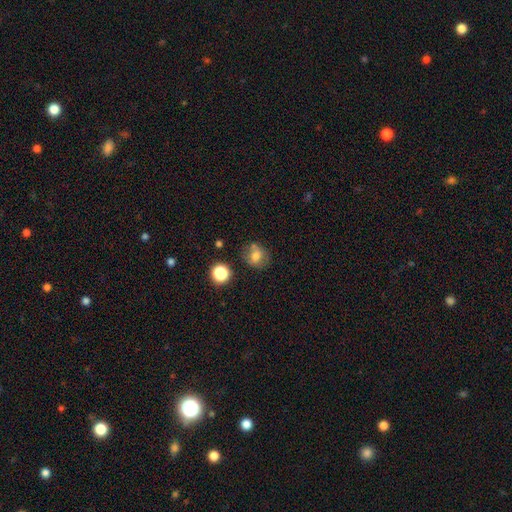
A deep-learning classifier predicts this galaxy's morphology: smooth_or_featured: smooth (p=0.74) [alt: featured or disk p=0.13]
how_rounded: round (p=0.73) [alt: in between p=0.26]
merging: none (p=0.66) [alt: minor disturbance p=0.17]